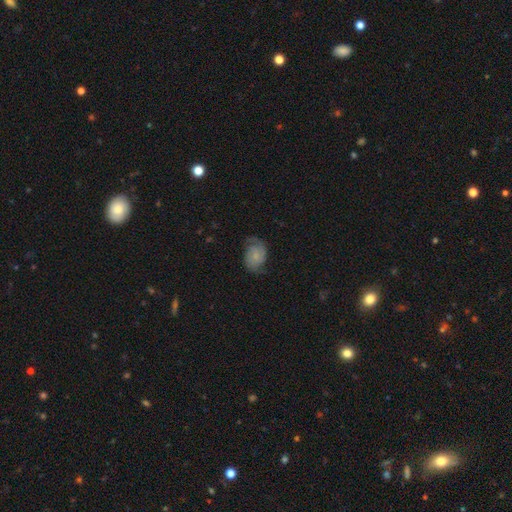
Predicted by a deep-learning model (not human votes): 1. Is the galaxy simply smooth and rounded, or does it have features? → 56% featured or disk, 36% smooth, 8% star or artifact.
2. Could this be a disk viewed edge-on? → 97% no, 3% yes.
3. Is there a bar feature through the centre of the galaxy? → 73% no, 23% weak, 4% strong.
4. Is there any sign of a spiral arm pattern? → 90% yes, 10% no.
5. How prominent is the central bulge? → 53% small, 23% none, 18% moderate, 4% large, 2% dominant.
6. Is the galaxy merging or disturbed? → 59% none, 26% minor disturbance, 14% major disturbance, 1% merger.